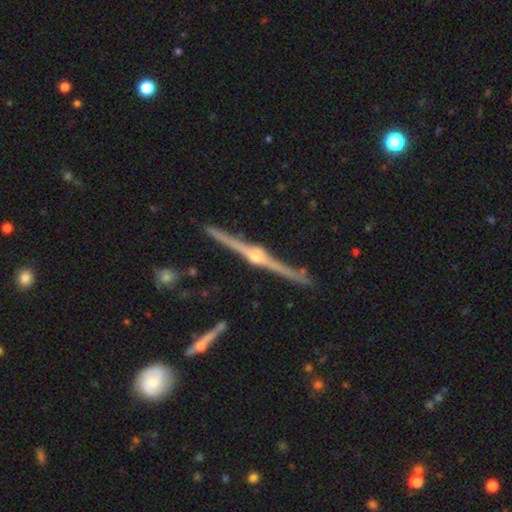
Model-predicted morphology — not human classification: Q: Smooth or featured?
A: featured or disk (91%); runner-up: smooth (5%)
Q: Edge-on disk?
A: yes (99%); runner-up: no (1%)
Q: Edge-on bulge?
A: rounded (93%); runner-up: boxy (4%)
Q: Merging?
A: none (90%); runner-up: minor disturbance (7%)